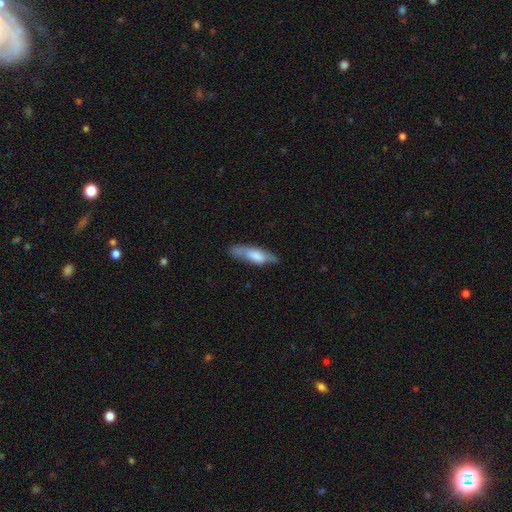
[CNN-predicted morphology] smooth 64%, featured or disk 30%, star or artifact 6%. Down the decision tree: how rounded — cigar-shaped (51%); merging — none (63%).